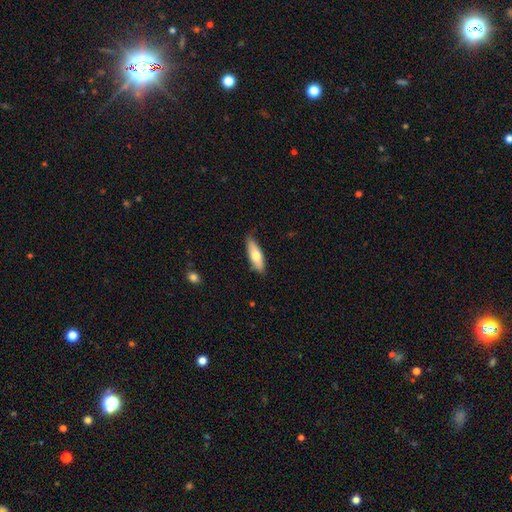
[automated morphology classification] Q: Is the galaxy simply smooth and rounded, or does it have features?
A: smooth — 67%.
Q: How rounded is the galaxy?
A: in between — 52%.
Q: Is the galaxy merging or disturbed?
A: none — 82%.